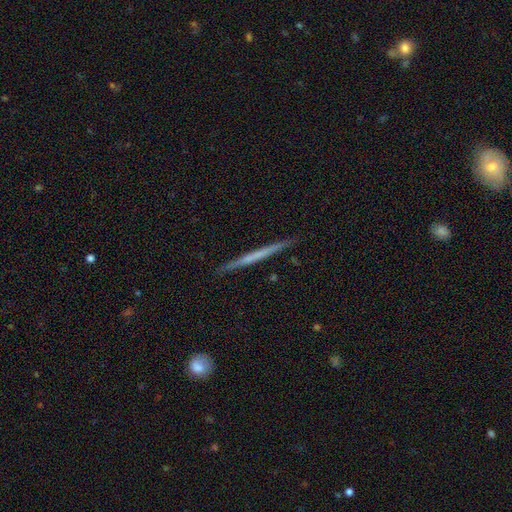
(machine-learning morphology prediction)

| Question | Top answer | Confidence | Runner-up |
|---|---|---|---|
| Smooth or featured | featured or disk | 54% | smooth (41%) |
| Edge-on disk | yes | 98% | no (2%) |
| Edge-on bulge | none | 89% | rounded (7%) |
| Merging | none | 91% | minor disturbance (7%) |